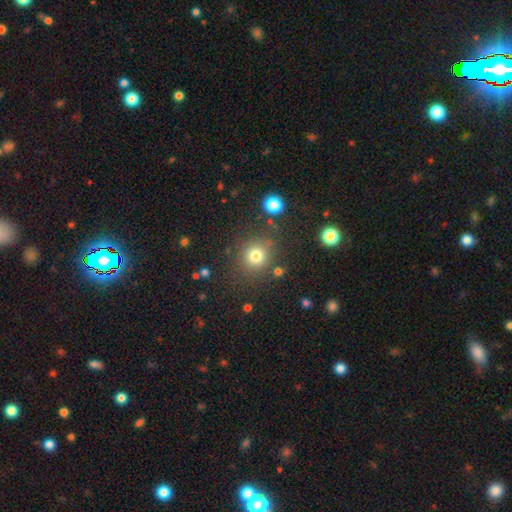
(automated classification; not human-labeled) Q: Smooth or featured?
A: smooth (78%); runner-up: star or artifact (15%)
Q: How rounded?
A: round (89%); runner-up: in between (10%)
Q: Merging?
A: none (81%); runner-up: minor disturbance (10%)